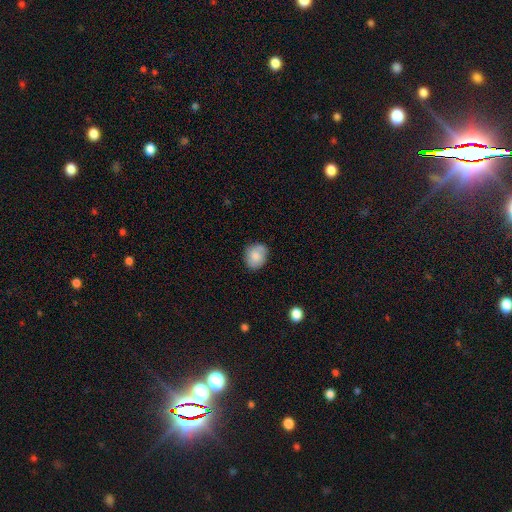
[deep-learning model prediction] Smooth or featured?
  - smooth: 79% *
  - featured or disk: 13%
  - star or artifact: 8%
How rounded?
  - round: 58% *
  - in between: 41%
  - cigar-shaped: 1%
Merging?
  - none: 76% *
  - minor disturbance: 19%
  - major disturbance: 3%
  - merger: 2%